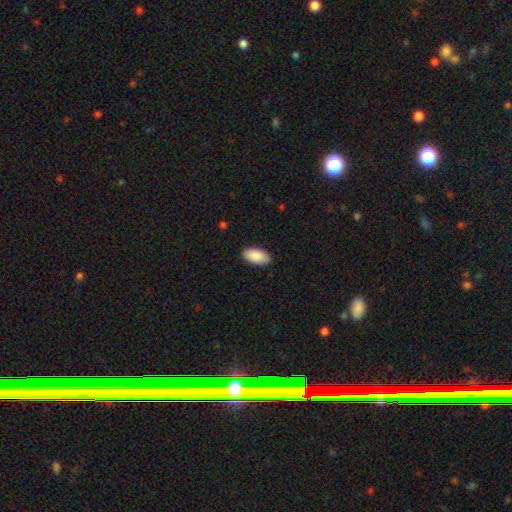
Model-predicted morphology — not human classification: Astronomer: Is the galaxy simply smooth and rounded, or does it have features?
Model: smooth — 91%.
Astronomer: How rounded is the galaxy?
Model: in between — 95%.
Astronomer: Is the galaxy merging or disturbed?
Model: none — 89%.